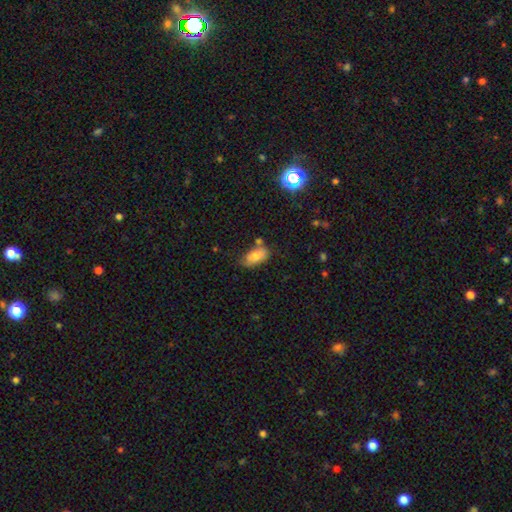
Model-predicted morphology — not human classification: The model was most divided on "merging": none: 58%, minor disturbance: 24%, merger: 12%, major disturbance: 6%. More confident: how rounded — in between (90%); smooth or featured — smooth (76%).